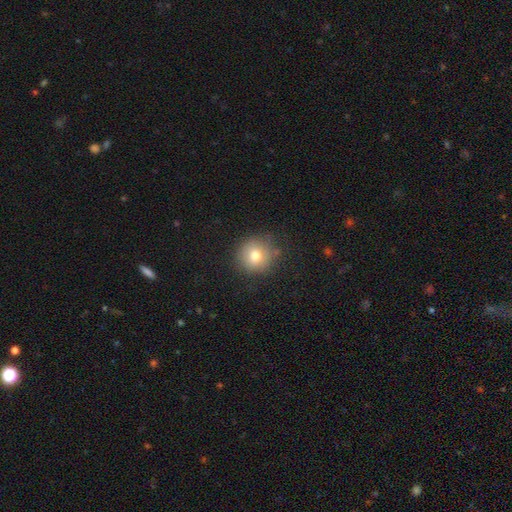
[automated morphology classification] Smooth or featured? smooth (76%)
How rounded? round (91%)
Merging? none (82%)